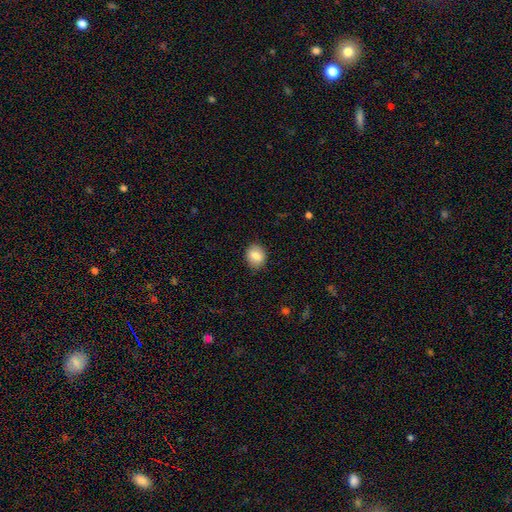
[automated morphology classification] A smooth galaxy with no disk features (83%) that is round (63%).

Vote fractions:
- Smooth or featured? smooth: 83% / featured or disk: 9% / star or artifact: 8%
- How rounded? round: 63% / in between: 36% / cigar-shaped: 1%
- Merging? none: 87% / minor disturbance: 9% / major disturbance: 2% / merger: 1%